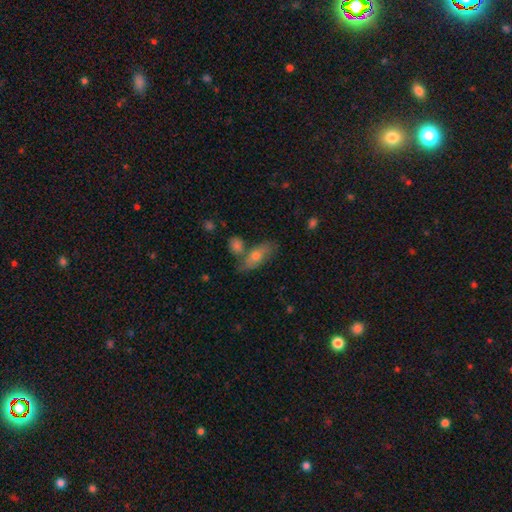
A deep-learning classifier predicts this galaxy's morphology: smooth 67%, featured or disk 26%, star or artifact 7%. Down the decision tree: how rounded — in between (77%); merging — none (59%).